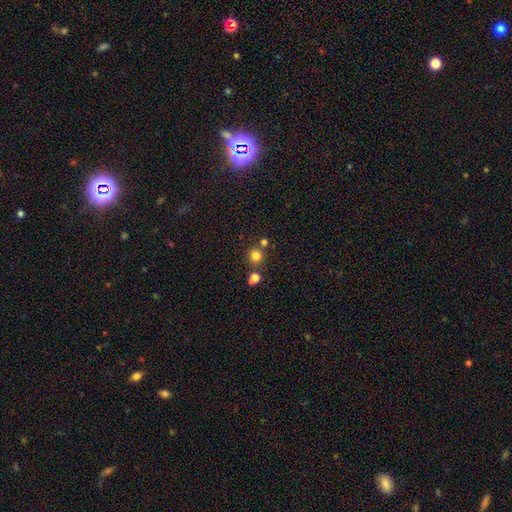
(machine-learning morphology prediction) Smooth or featured? Predicted: smooth (p=0.79). How rounded? Predicted: round (p=0.91). Merging? Predicted: none (p=0.72).